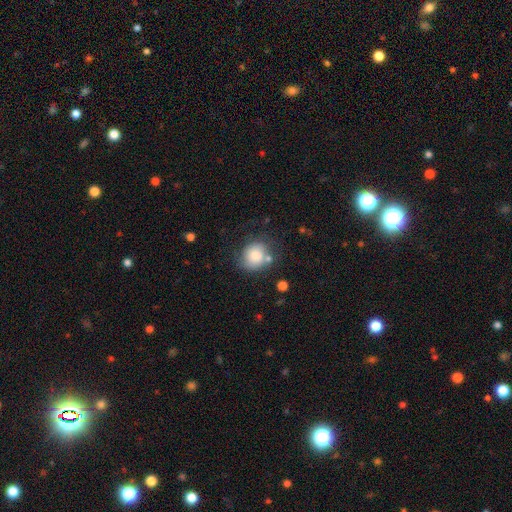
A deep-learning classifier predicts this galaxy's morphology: smooth_or_featured: smooth (p=0.83) [alt: featured or disk p=0.09]
how_rounded: round (p=0.74) [alt: in between p=0.25]
merging: none (p=0.61) [alt: minor disturbance p=0.21]